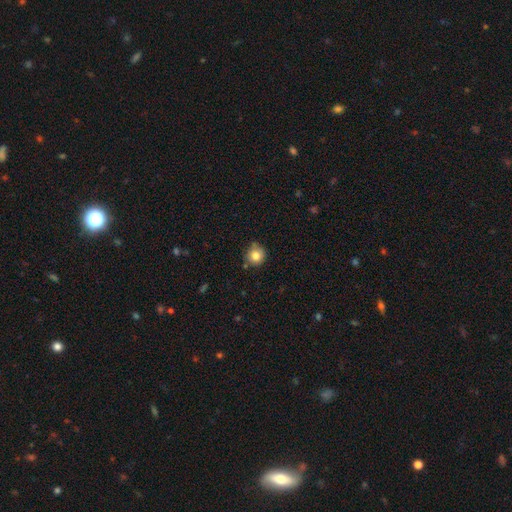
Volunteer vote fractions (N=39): A smooth galaxy with no disk features (82%) that is round (94%).

Vote fractions:
- Smooth or featured? smooth: 82% / featured or disk: 13% / star or artifact: 5%
- How rounded? round: 94% / in between: 6% / cigar-shaped: 0%
- Merging? none: 76% / minor disturbance: 11% / merger: 8% / major disturbance: 5%